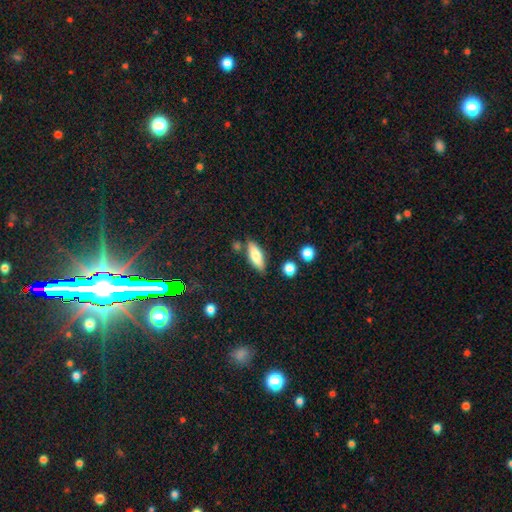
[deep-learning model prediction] smooth-or-featured: smooth: 74% | featured or disk: 19% | star or artifact: 7%
  how-rounded: in between: 64% | cigar-shaped: 33% | round: 2%
  merging: none: 77% | minor disturbance: 13% | merger: 6% | major disturbance: 3%